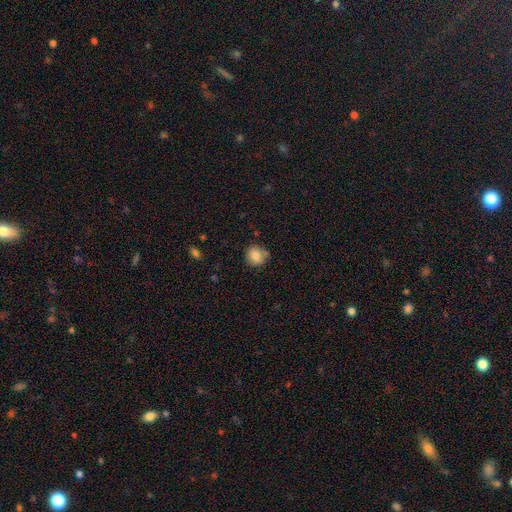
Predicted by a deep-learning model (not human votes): smooth 82%, star or artifact 9%, featured or disk 9%. Down the decision tree: how rounded — round (81%); merging — none (73%).